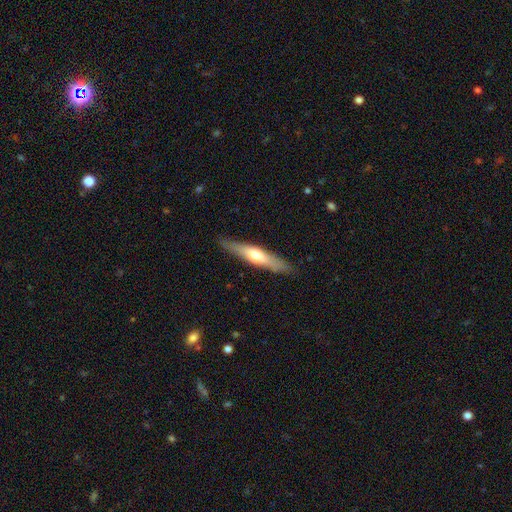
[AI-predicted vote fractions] The model was most divided on "smooth or featured" (2-way tie): featured or disk: 47%, smooth: 47%, star or artifact: 5%. More confident: merging — none (87%).